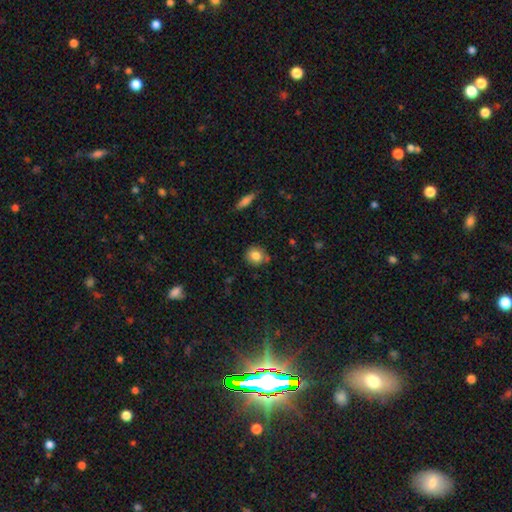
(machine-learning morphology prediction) The model was most divided on "how rounded": round: 77%, in between: 22%, cigar-shaped: 1%. More confident: smooth or featured — smooth (82%); merging — none (76%).